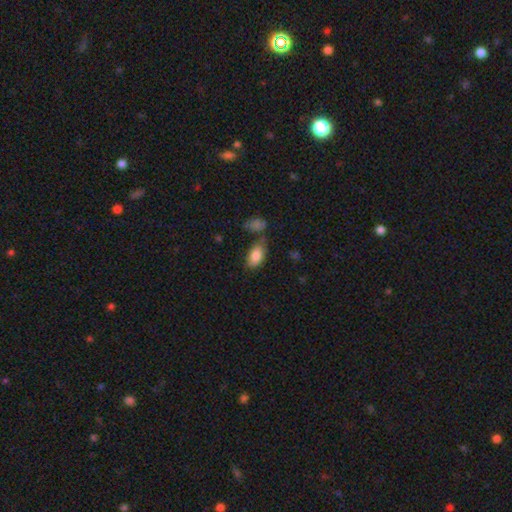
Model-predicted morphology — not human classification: type=smooth (84%); roundness=in between (93%); merging=none (66%).